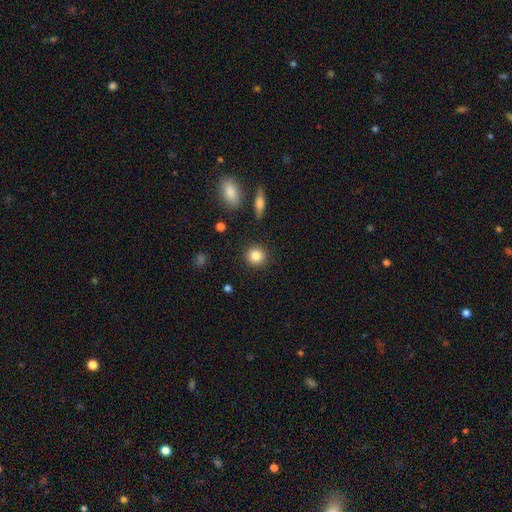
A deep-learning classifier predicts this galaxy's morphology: The model was most divided on "smooth or featured": smooth: 85%, star or artifact: 9%, featured or disk: 6%. More confident: how rounded — round (92%); merging — none (91%).